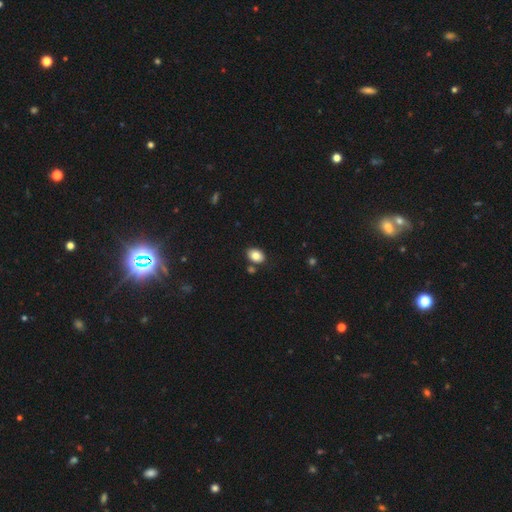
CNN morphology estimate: Q: Smooth or featured?
A: smooth (85%); runner-up: star or artifact (8%)
Q: How rounded?
A: in between (79%); runner-up: round (20%)
Q: Merging?
A: none (80%); runner-up: minor disturbance (11%)